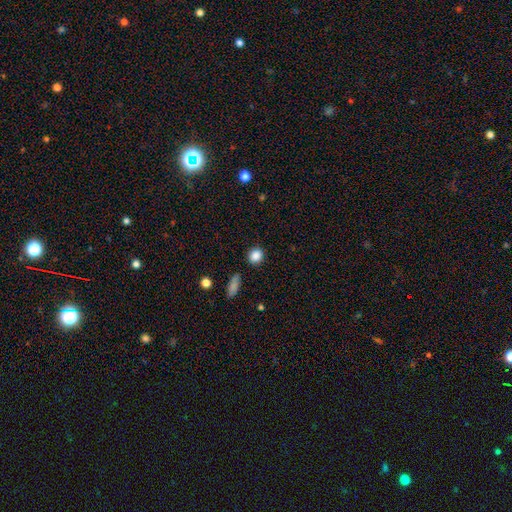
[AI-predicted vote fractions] Smooth or featured: smooth — 87% (star or artifact — 10%)
How rounded: round — 77% (in between — 21%)
Merging: none — 88% (minor disturbance — 8%)